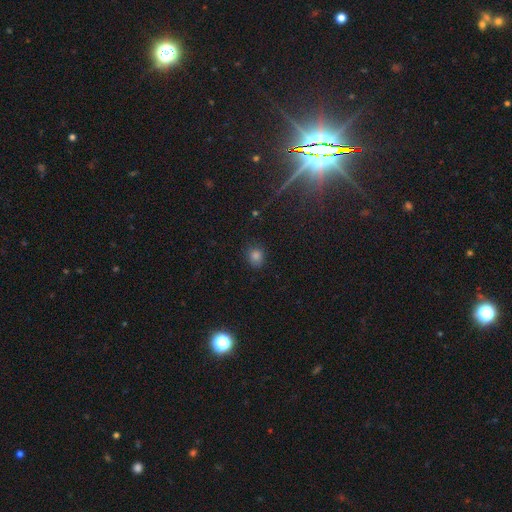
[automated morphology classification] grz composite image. It shows a smooth galaxy with no disk features (74%) that is round (78%). Merging: none (87%).